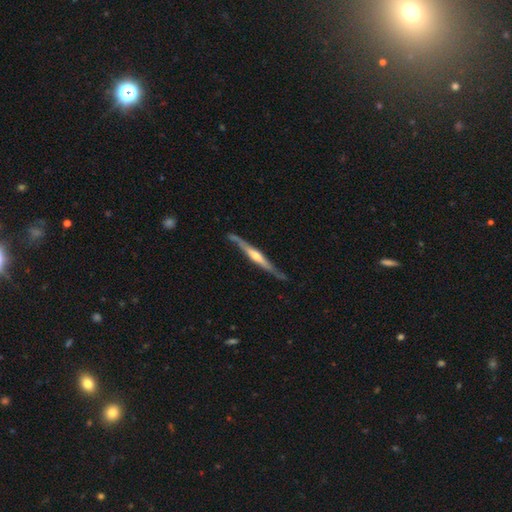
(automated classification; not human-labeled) Smooth or featured: featured or disk — 75% (smooth — 20%)
Edge-on disk: yes — 95% (no — 5%)
Edge-on bulge: rounded — 71% (none — 18%)
Merging: none — 75% (minor disturbance — 19%)